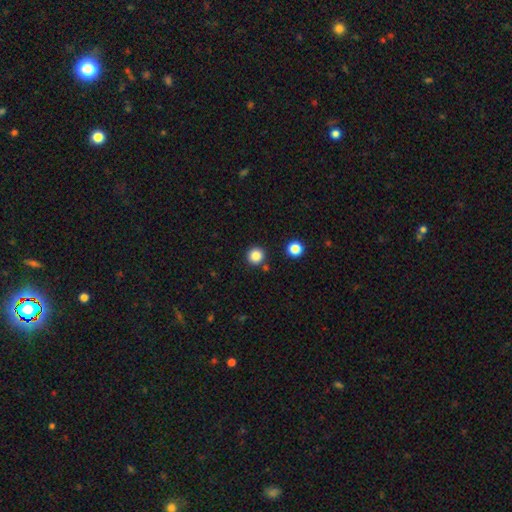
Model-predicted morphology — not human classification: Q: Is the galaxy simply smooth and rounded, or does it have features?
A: smooth — 85%.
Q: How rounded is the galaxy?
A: round — 95%.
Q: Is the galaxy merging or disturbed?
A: none — 88%.